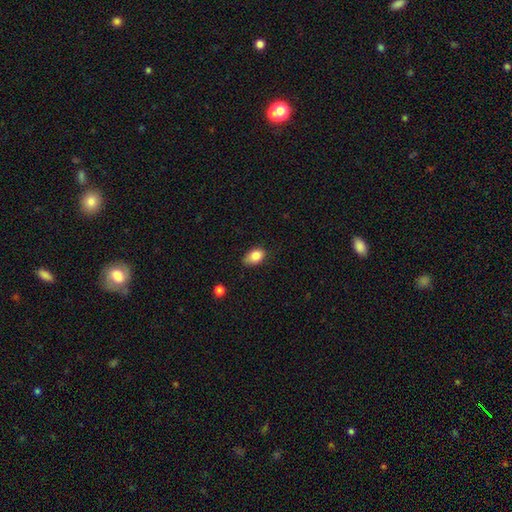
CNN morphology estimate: smooth-or-featured: smooth: 84% | star or artifact: 9% | featured or disk: 8%
  how-rounded: in between: 83% | round: 15% | cigar-shaped: 2%
  merging: none: 63% | minor disturbance: 30% | major disturbance: 5% | merger: 2%